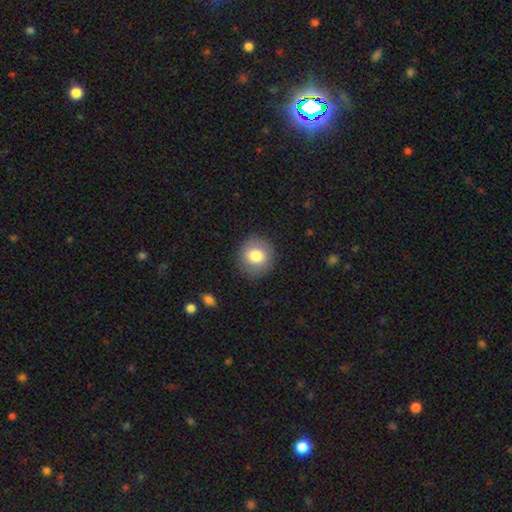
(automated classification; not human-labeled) smooth-or-featured: smooth: 80% | featured or disk: 11% | star or artifact: 8%
  how-rounded: round: 89% | in between: 10% | cigar-shaped: 1%
  merging: none: 89% | minor disturbance: 8% | major disturbance: 3% | merger: 1%